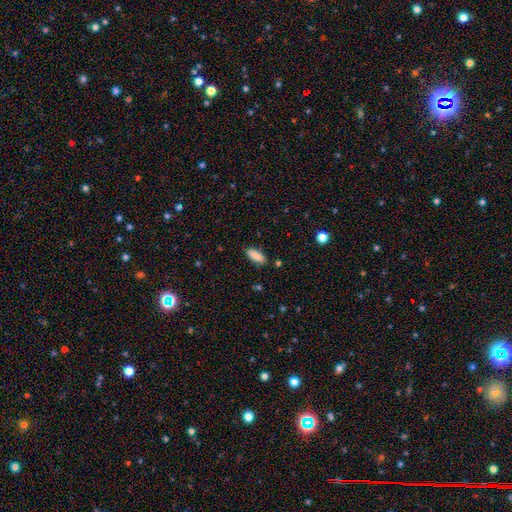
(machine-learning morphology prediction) The model was most divided on "how rounded": in between: 75%, cigar-shaped: 23%, round: 2%. More confident: smooth or featured — smooth (88%); merging — none (85%).